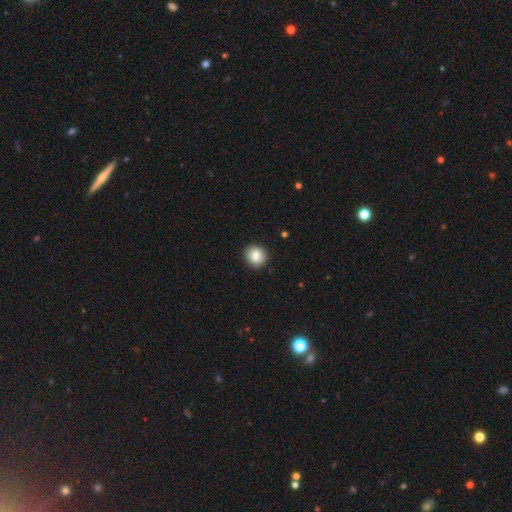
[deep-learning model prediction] This appears to be a smooth galaxy with no disk features (84%) that is round (87%). Merging: none (89%).